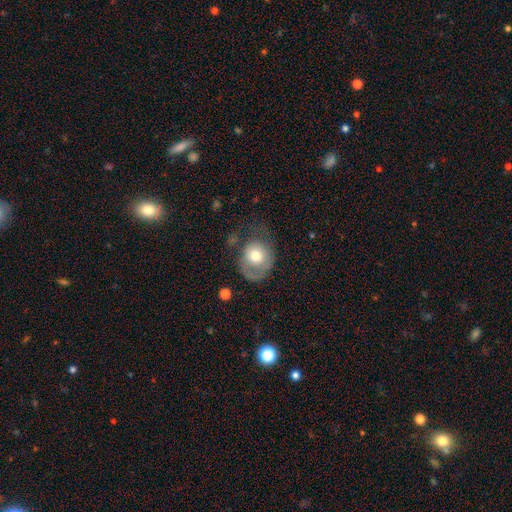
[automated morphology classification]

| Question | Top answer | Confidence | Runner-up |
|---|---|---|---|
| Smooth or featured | smooth | 60% | featured or disk (32%) |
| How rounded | round | 65% | in between (35%) |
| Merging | major disturbance | 36% | none (34%) |